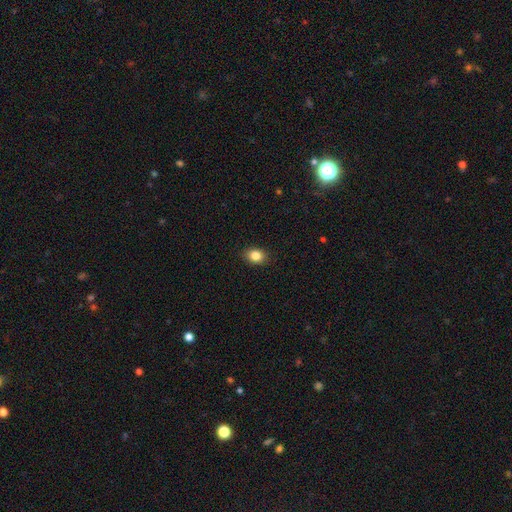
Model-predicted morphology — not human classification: The model was most divided on "how rounded": in between: 56%, round: 43%, cigar-shaped: 1%. More confident: merging — none (89%); smooth or featured — smooth (84%).